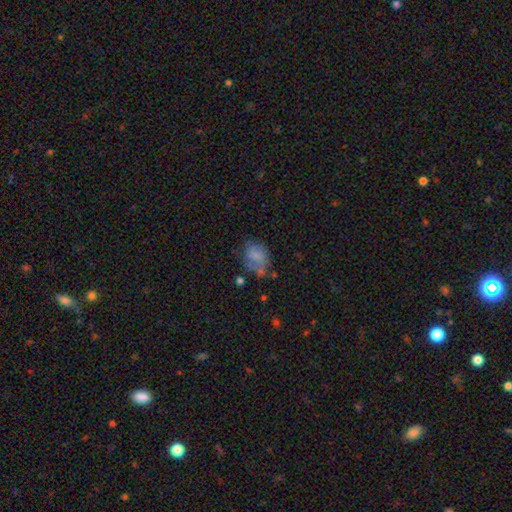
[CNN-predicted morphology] Smooth or featured?
  - smooth: 69% *
  - featured or disk: 20%
  - star or artifact: 11%
How rounded?
  - in between: 64% *
  - round: 35%
  - cigar-shaped: 1%
Merging?
  - none: 46% *
  - minor disturbance: 28%
  - major disturbance: 18%
  - merger: 8%